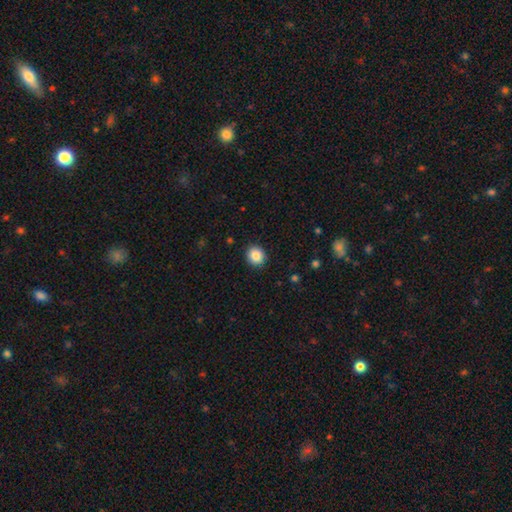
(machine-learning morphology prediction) smooth-or-featured: smooth: 87% | star or artifact: 9% | featured or disk: 4%
  how-rounded: round: 82% | in between: 17% | cigar-shaped: 1%
  merging: none: 90% | minor disturbance: 7% | major disturbance: 2% | merger: 1%